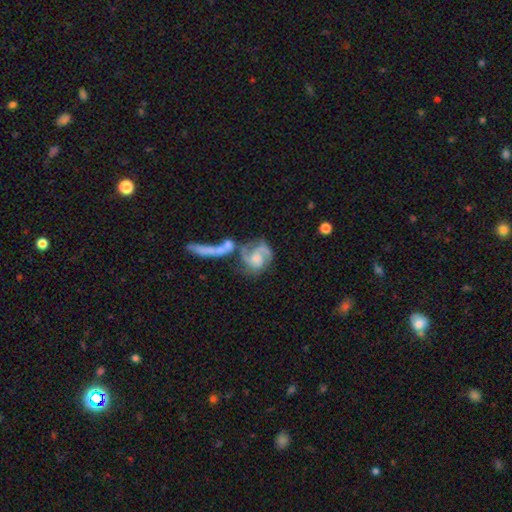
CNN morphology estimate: Smooth or featured? Predicted: featured or disk (p=0.79). Edge-on disk? Predicted: no (p=0.94). Bar? Predicted: no (p=0.64). Spiral arms? Predicted: yes (p=0.90). Spiral winding? Predicted: medium (p=0.42). Spiral arm count? Predicted: 2 (p=0.68). Bulge size? Predicted: moderate (p=0.46). Merging? Predicted: merger (p=0.43).